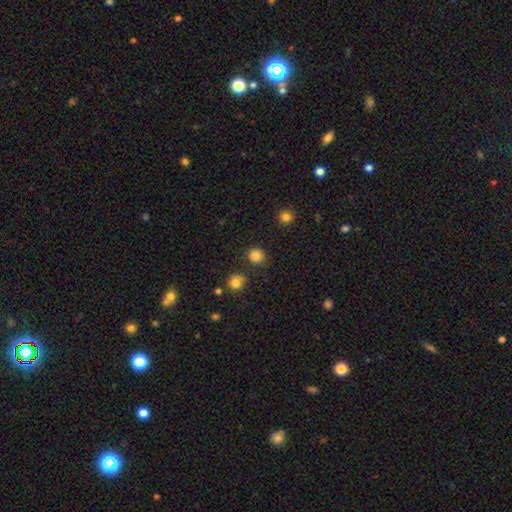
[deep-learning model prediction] Overall: smooth (85%). How rounded: round (89%). Merging: none (87%).